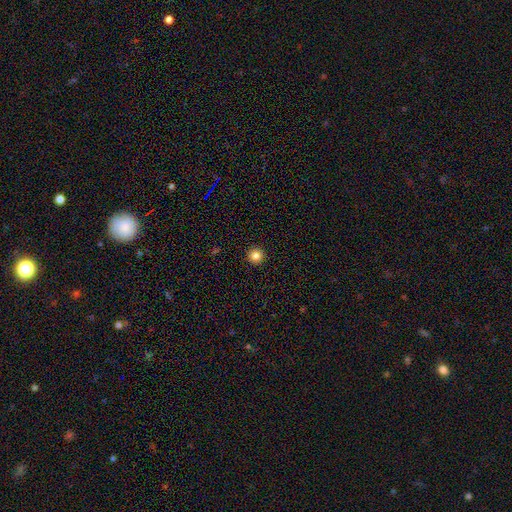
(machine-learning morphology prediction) smooth_or_featured: smooth (p=0.84) [alt: star or artifact p=0.12]
how_rounded: round (p=0.96) [alt: in between p=0.03]
merging: none (p=0.94) [alt: minor disturbance p=0.04]